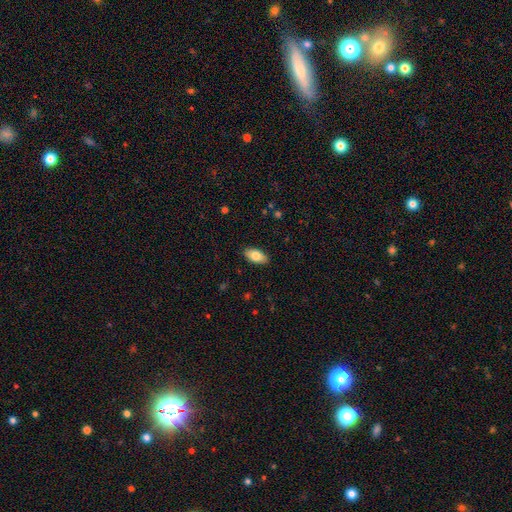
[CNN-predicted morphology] smooth_or_featured: smooth (p=0.78) [alt: featured or disk p=0.15]
how_rounded: in between (p=0.93) [alt: cigar-shaped p=0.04]
merging: none (p=0.88) [alt: minor disturbance p=0.09]